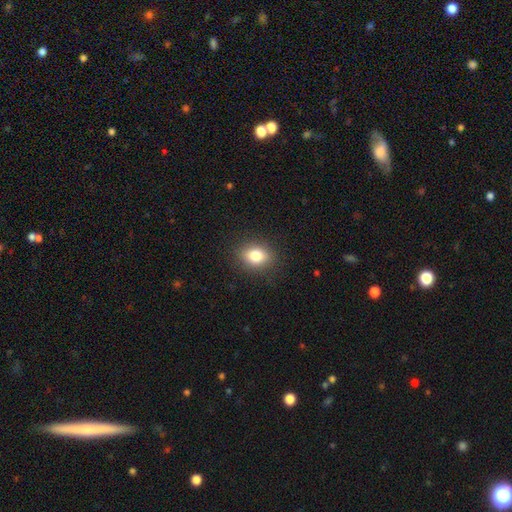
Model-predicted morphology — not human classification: Overall: smooth (80%). How rounded: in between (61%; round 38%). Merging: none (88%).